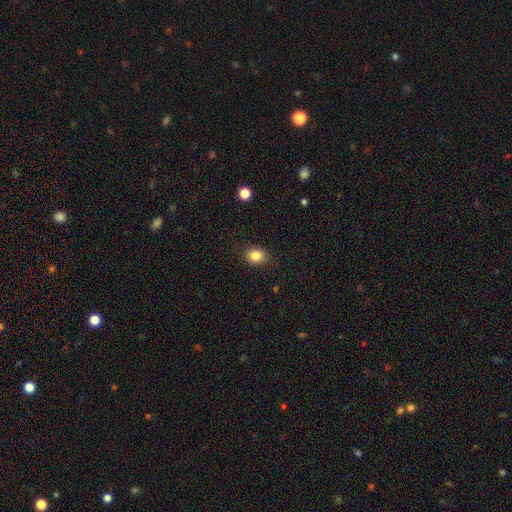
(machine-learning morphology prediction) A smooth galaxy with no disk features (85%) that is in between round and cigar-shaped (52%). Merging: none (87%).